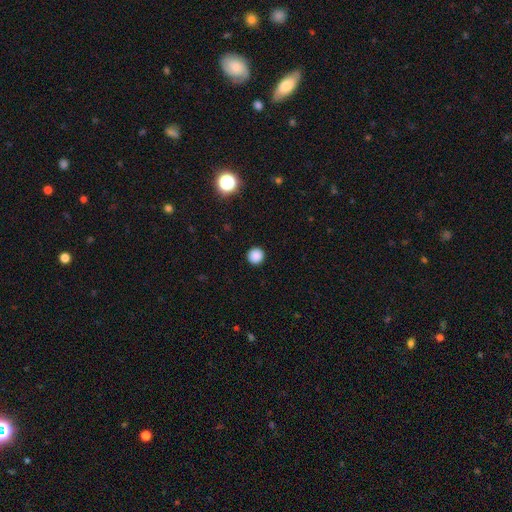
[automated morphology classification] A smooth galaxy with no disk features (88%) that is round (95%). Merging: none (93%).